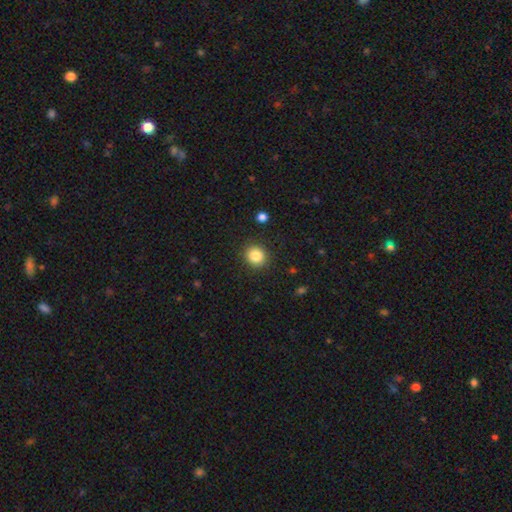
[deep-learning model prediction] Smooth or featured? smooth (84%)
How rounded? round (86%)
Merging? none (90%)